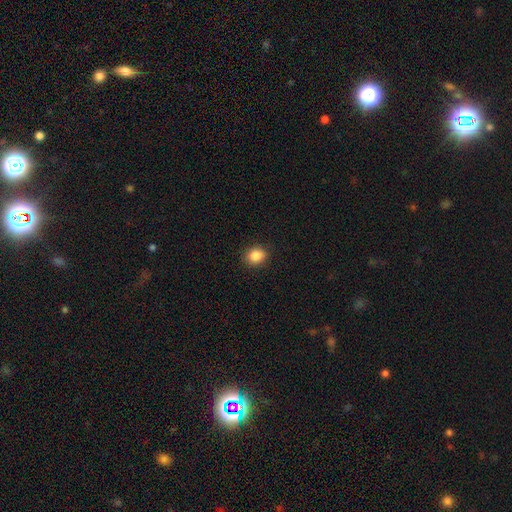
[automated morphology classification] A smooth galaxy with no disk features (87%) that is round (54%). Merging: none (87%).